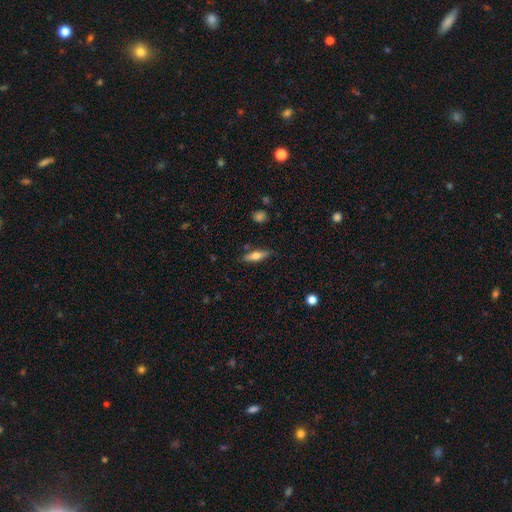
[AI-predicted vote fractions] Smooth or featured: smooth — 58% (featured or disk — 35%)
How rounded: cigar-shaped — 57% (in between — 41%)
Merging: none — 82% (minor disturbance — 12%)